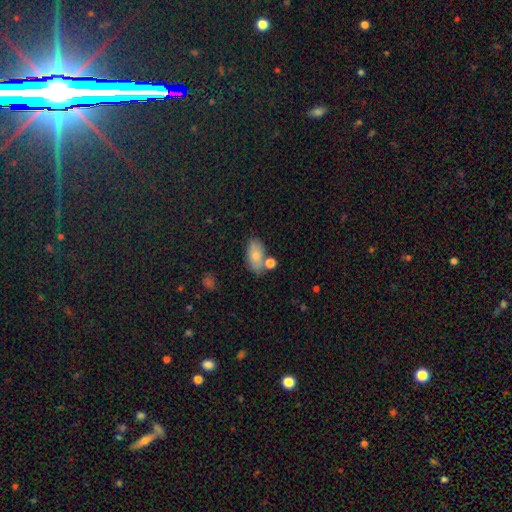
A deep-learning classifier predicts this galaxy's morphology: A smooth galaxy with no disk features (78%) that is in between round and cigar-shaped (90%). Merging: none (64%).